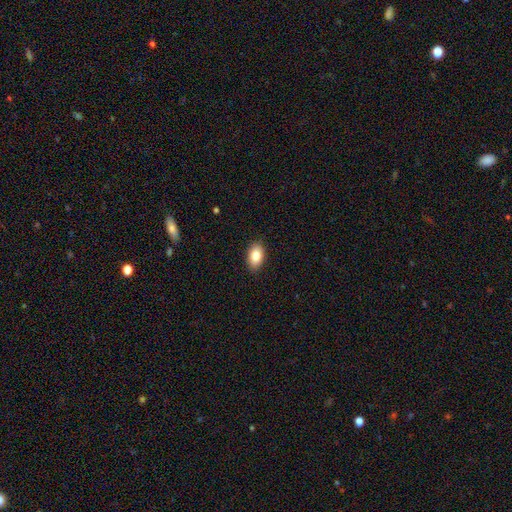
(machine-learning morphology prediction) A smooth galaxy with no disk features (83%) that is in between round and cigar-shaped (91%).

Vote fractions:
- Smooth or featured? smooth: 83% / featured or disk: 9% / star or artifact: 8%
- How rounded? in between: 91% / round: 8% / cigar-shaped: 2%
- Merging? none: 90% / minor disturbance: 8% / major disturbance: 2% / merger: 1%